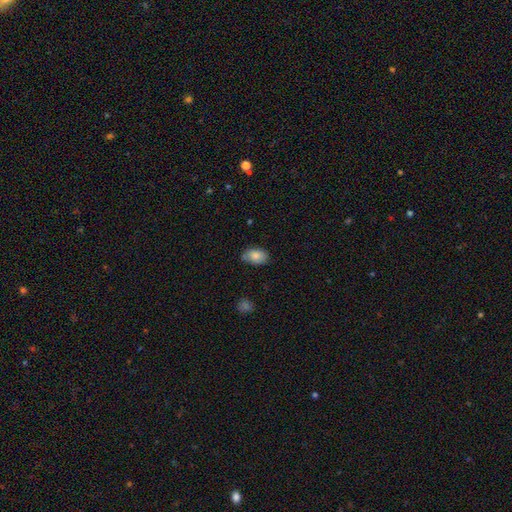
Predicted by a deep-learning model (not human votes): smooth-or-featured: smooth: 84% | featured or disk: 9% | star or artifact: 7%
  how-rounded: in between: 89% | round: 10% | cigar-shaped: 1%
  merging: none: 73% | minor disturbance: 22% | major disturbance: 3% | merger: 2%